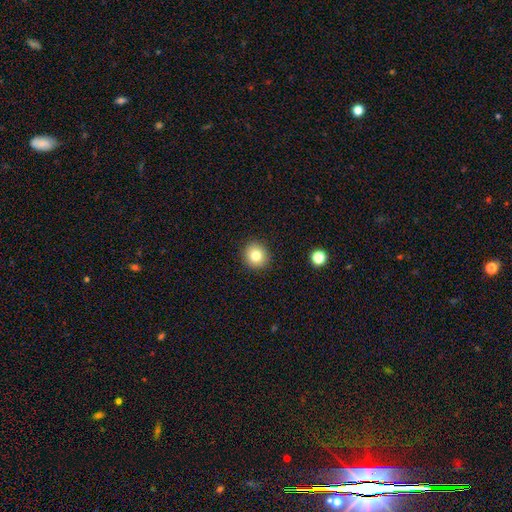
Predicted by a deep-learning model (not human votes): Smooth or featured? smooth (81%)
How rounded? round (90%)
Merging? none (91%)